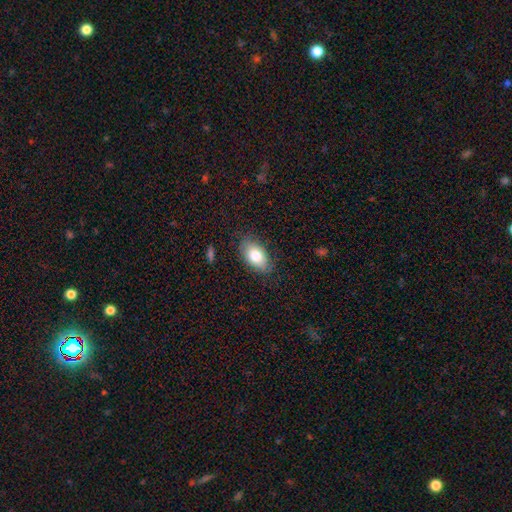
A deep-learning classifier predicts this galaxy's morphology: Smooth or featured?
  - smooth: 80% *
  - featured or disk: 13%
  - star or artifact: 7%
How rounded?
  - in between: 91% *
  - round: 7%
  - cigar-shaped: 2%
Merging?
  - none: 80% *
  - minor disturbance: 15%
  - major disturbance: 4%
  - merger: 1%